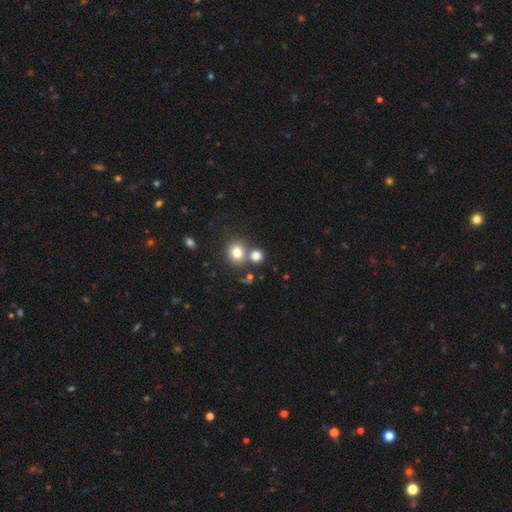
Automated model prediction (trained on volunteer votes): A smooth galaxy with no disk features (77%) that is round (79%).

Vote fractions:
- Smooth or featured? smooth: 77% / star or artifact: 14% / featured or disk: 9%
- How rounded? round: 79% / in between: 20% / cigar-shaped: 1%
- Merging? none: 61% / merger: 26% / minor disturbance: 9% / major disturbance: 4%